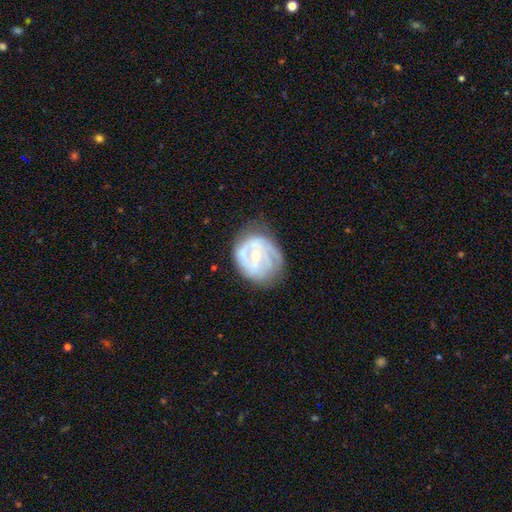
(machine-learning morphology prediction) Q: Smooth or featured?
A: featured or disk (75%); runner-up: smooth (19%)
Q: Edge-on disk?
A: no (98%); runner-up: yes (2%)
Q: Bar?
A: no (55%); runner-up: weak (35%)
Q: Spiral arms?
A: yes (83%); runner-up: no (17%)
Q: Spiral winding?
A: tight (53%); runner-up: medium (34%)
Q: Spiral arm count?
A: can't tell (32%); runner-up: 2 (31%)
Q: Bulge size?
A: small (55%); runner-up: moderate (41%)
Q: Merging?
A: none (60%); runner-up: minor disturbance (24%)